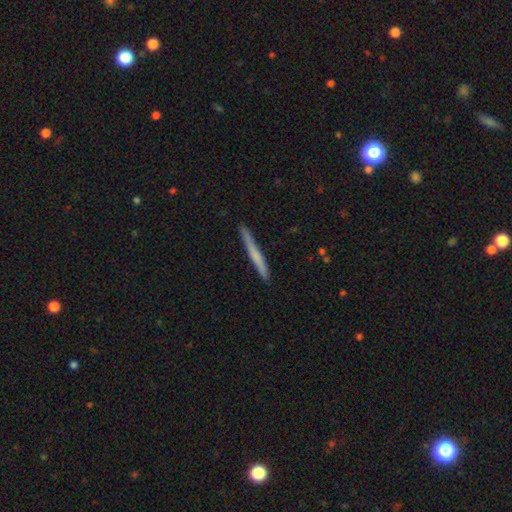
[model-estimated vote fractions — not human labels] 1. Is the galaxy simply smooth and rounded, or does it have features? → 55% smooth, 39% featured or disk, 6% star or artifact.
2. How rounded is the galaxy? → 97% cigar-shaped, 2% in between, 1% round.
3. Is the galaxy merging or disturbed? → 88% none, 9% minor disturbance, 2% major disturbance, 1% merger.